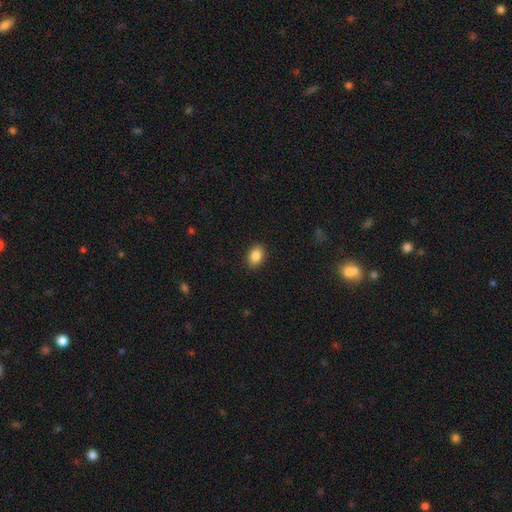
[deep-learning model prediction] The model was most divided on "how rounded": in between: 77%, round: 22%, cigar-shaped: 1%. More confident: merging — none (88%); smooth or featured — smooth (87%).